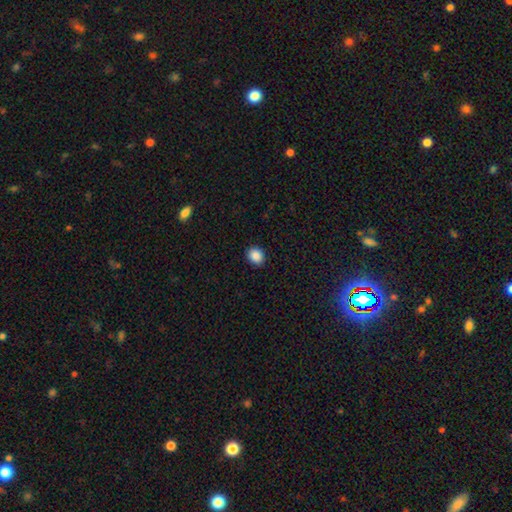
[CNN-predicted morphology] smooth 88%, star or artifact 9%, featured or disk 3%. Down the decision tree: how rounded — round (65%); merging — none (91%).